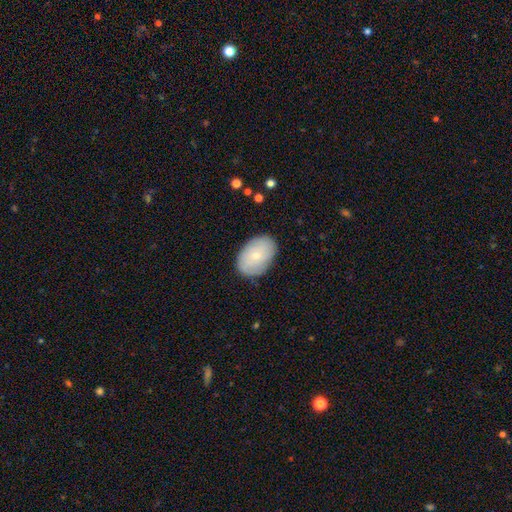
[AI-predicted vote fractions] smooth 65%, featured or disk 28%, star or artifact 7%. Down the decision tree: how rounded — in between (87%); merging — none (84%).